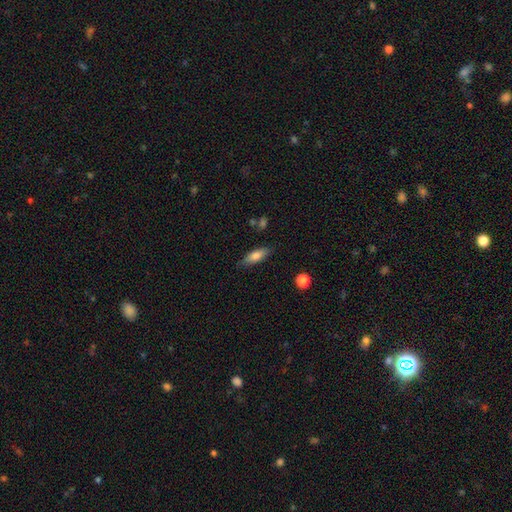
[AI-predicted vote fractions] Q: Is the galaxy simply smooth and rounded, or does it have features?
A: smooth — 75%.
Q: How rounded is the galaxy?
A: in between — 61%.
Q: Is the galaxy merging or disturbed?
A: none — 81%.